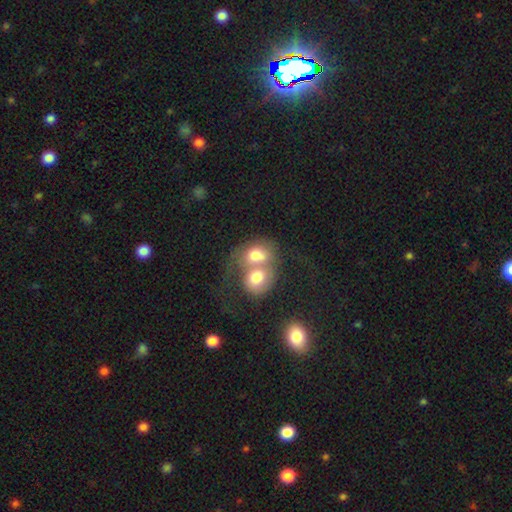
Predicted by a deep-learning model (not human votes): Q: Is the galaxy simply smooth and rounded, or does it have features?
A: smooth — 62%.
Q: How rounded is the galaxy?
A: in between — 53%.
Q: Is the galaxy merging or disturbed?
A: merger — 76%.